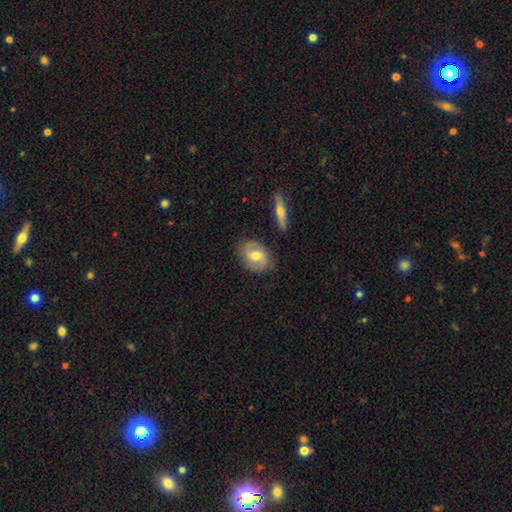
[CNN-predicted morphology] type=featured or disk (52%); edge-on=no (92%); merging=none (80%).